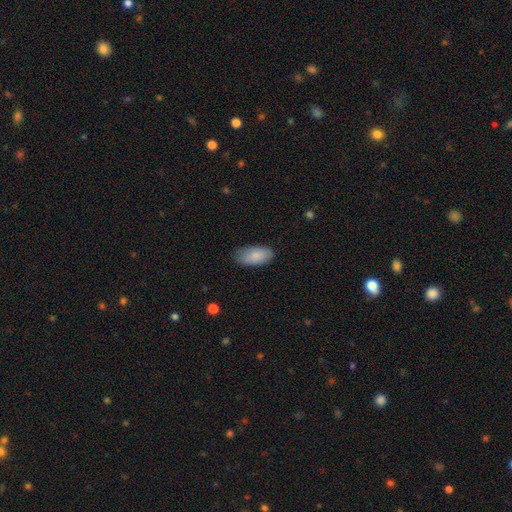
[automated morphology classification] Smooth or featured?
  - smooth: 85% *
  - featured or disk: 9%
  - star or artifact: 6%
How rounded?
  - in between: 94% *
  - cigar-shaped: 4%
  - round: 2%
Merging?
  - none: 79% *
  - minor disturbance: 17%
  - major disturbance: 3%
  - merger: 1%